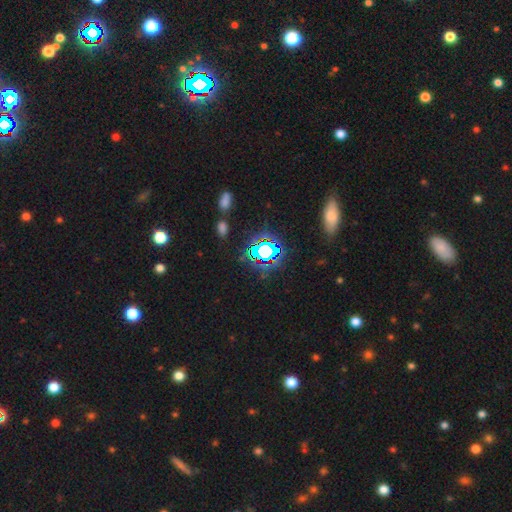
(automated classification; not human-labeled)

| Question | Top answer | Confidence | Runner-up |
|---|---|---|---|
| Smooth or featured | star or artifact | 72% | smooth (19%) |